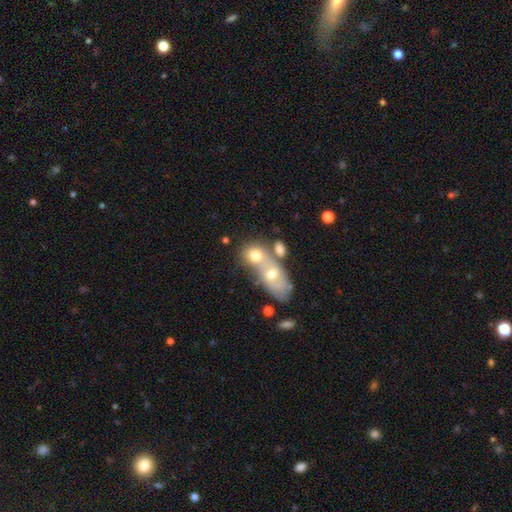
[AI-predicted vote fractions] A smooth galaxy with no disk features (66%) that is in between round and cigar-shaped (56%).

Vote fractions:
- Smooth or featured? smooth: 66% / featured or disk: 24% / star or artifact: 10%
- How rounded? in between: 56% / round: 40% / cigar-shaped: 3%
- Merging? merger: 57% / none: 27% / minor disturbance: 10% / major disturbance: 6%